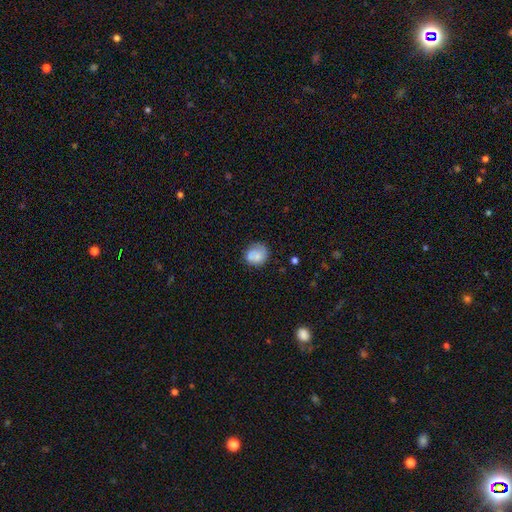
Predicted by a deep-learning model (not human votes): smooth-or-featured: smooth: 71% | featured or disk: 20% | star or artifact: 8%
  how-rounded: round: 76% | in between: 23% | cigar-shaped: 1%
  merging: none: 56% | minor disturbance: 21% | merger: 15% | major disturbance: 8%